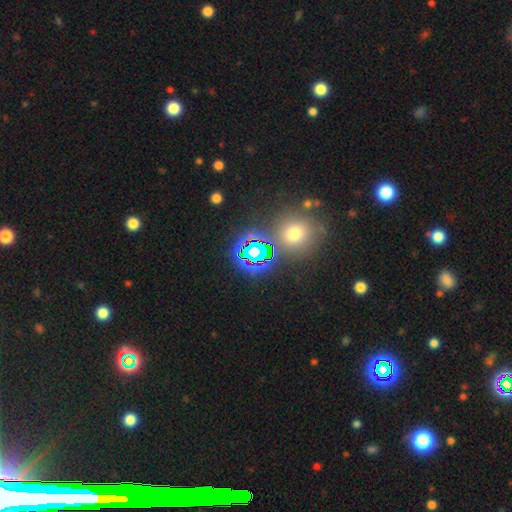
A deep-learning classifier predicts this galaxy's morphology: This is likely a star or artifact rather than a galaxy (72%).